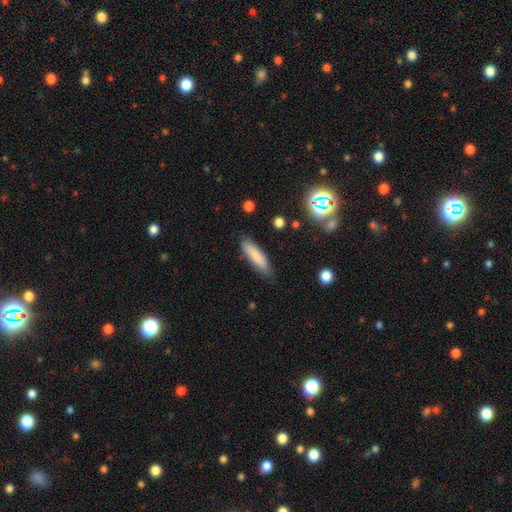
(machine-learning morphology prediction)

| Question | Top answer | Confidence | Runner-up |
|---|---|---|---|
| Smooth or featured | smooth | 83% | featured or disk (10%) |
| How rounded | cigar-shaped | 74% | in between (25%) |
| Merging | none | 82% | minor disturbance (13%) |